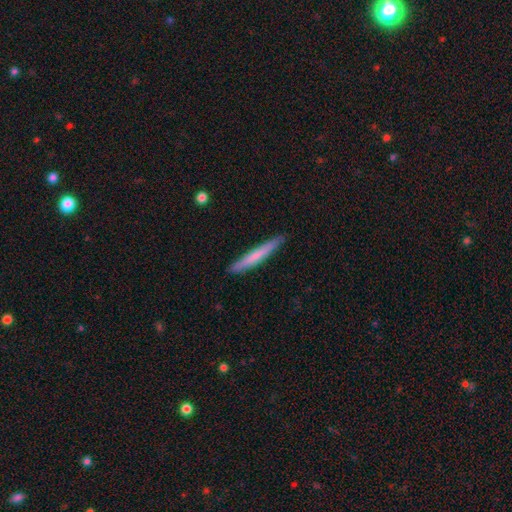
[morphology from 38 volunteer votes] A smooth galaxy with no disk features (63%) that is cigar-shaped (100%). Merging: none (84%).